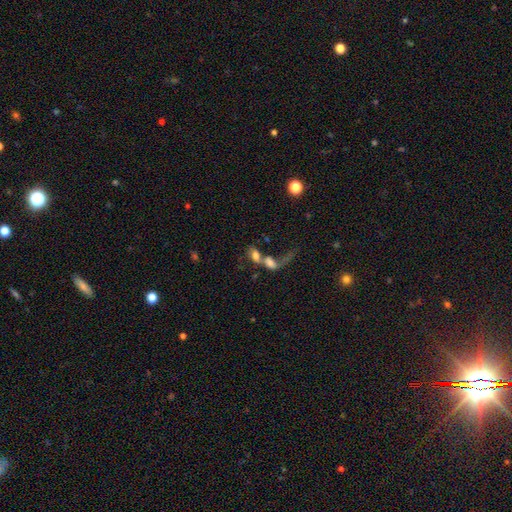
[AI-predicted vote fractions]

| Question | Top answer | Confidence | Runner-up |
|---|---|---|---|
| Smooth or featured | smooth | 61% | featured or disk (27%) |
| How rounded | in between | 77% | round (17%) |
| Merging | merger | 70% | major disturbance (13%) |